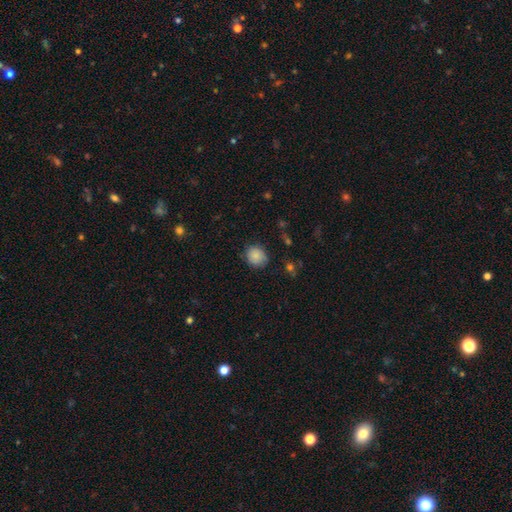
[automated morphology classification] Smooth or featured?
  - smooth: 86% *
  - star or artifact: 8%
  - featured or disk: 6%
How rounded?
  - round: 78% *
  - in between: 21%
  - cigar-shaped: 1%
Merging?
  - none: 79% *
  - minor disturbance: 16%
  - major disturbance: 3%
  - merger: 1%